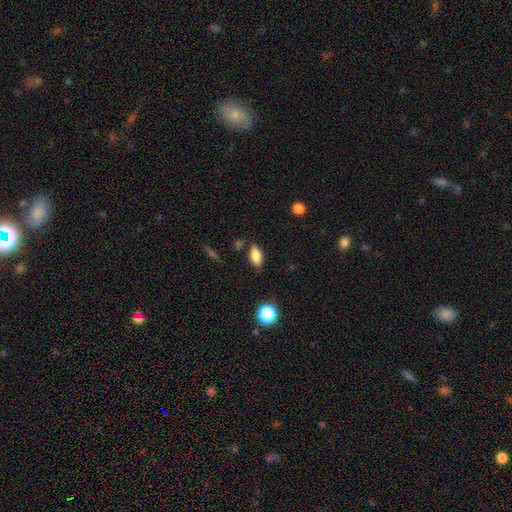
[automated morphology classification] smooth-or-featured: smooth: 82% | star or artifact: 9% | featured or disk: 9%
  how-rounded: in between: 87% | cigar-shaped: 8% | round: 5%
  merging: none: 81% | minor disturbance: 13% | major disturbance: 3% | merger: 3%